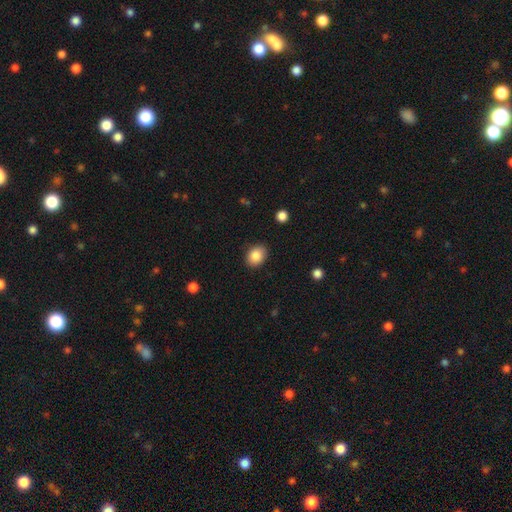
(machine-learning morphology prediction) A smooth galaxy with no disk features (86%) that is in between round and cigar-shaped (58%). Merging: none (87%).